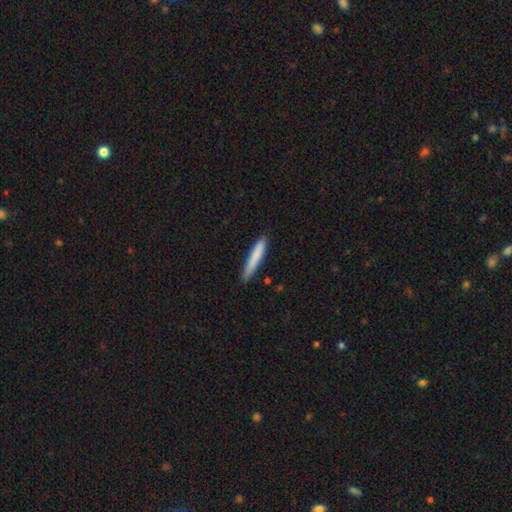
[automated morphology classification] This appears to be a smooth galaxy with no disk features (79%) that is cigar-shaped (93%). Merging: none (82%).